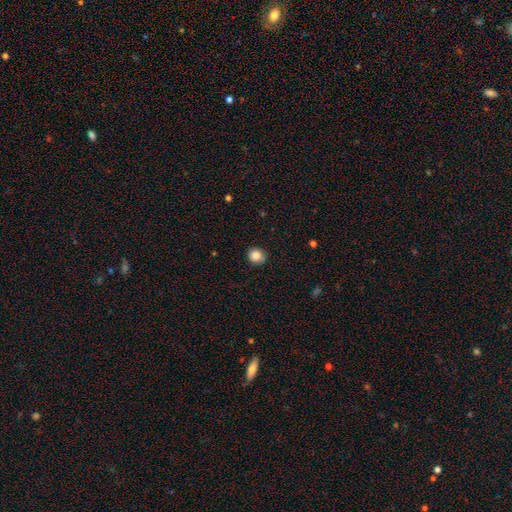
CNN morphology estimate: Smooth or featured? Predicted: smooth (p=0.86). How rounded? Predicted: round (p=0.82). Merging? Predicted: none (p=0.85).